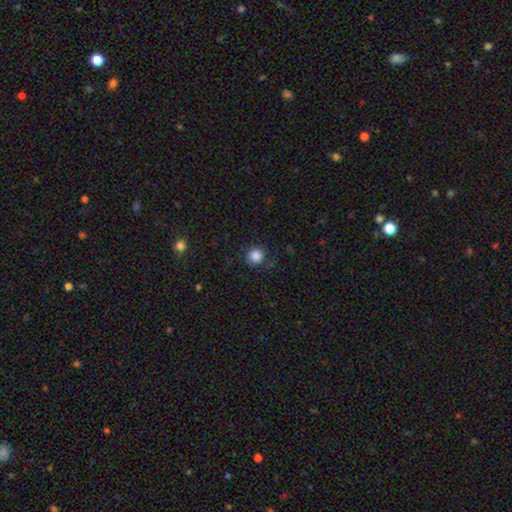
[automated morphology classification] A smooth galaxy with no disk features (85%) that is round (92%).

Vote fractions:
- Smooth or featured? smooth: 85% / star or artifact: 10% / featured or disk: 5%
- How rounded? round: 92% / in between: 7% / cigar-shaped: 1%
- Merging? none: 81% / minor disturbance: 13% / major disturbance: 5% / merger: 1%